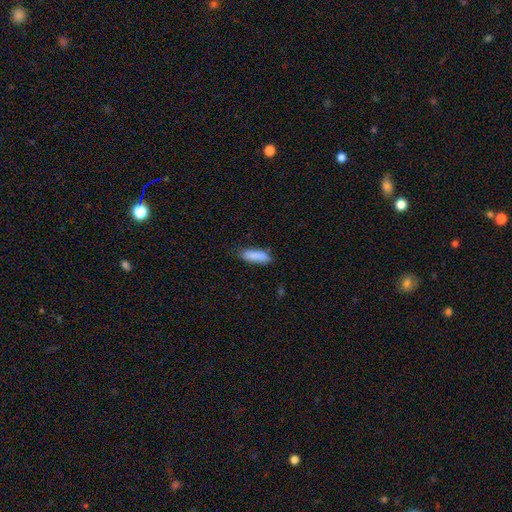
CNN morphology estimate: Overall: smooth (86%). How rounded: in between (58%; cigar-shaped 40%). Merging: none (75%).